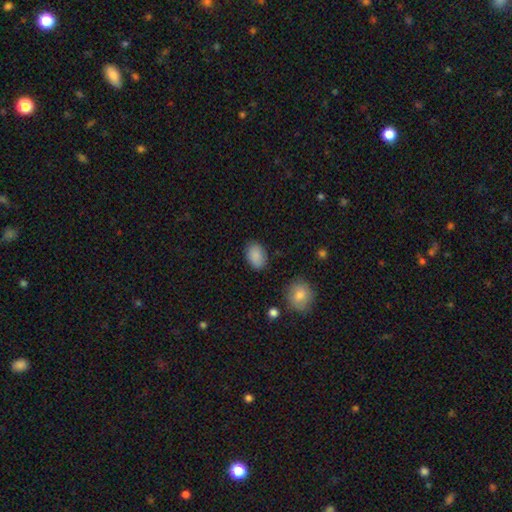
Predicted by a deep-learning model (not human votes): A smooth galaxy with no disk features (88%) that is in between round and cigar-shaped (84%).

Vote fractions:
- Smooth or featured? smooth: 88% / star or artifact: 8% / featured or disk: 4%
- How rounded? in between: 84% / round: 15% / cigar-shaped: 1%
- Merging? none: 84% / minor disturbance: 11% / major disturbance: 3% / merger: 2%